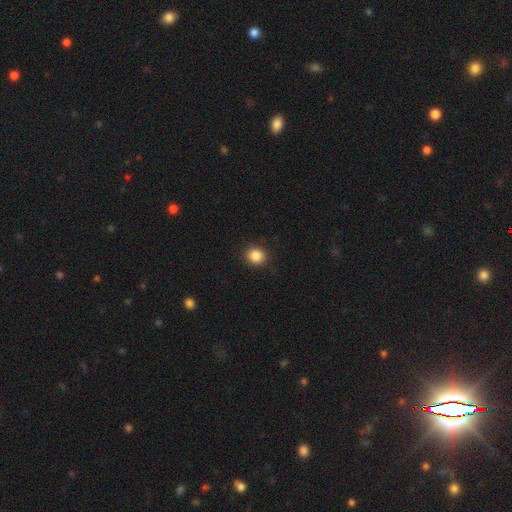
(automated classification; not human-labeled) Smooth or featured: smooth — 87% (star or artifact — 10%)
How rounded: round — 86% (in between — 13%)
Merging: none — 91% (minor disturbance — 6%)